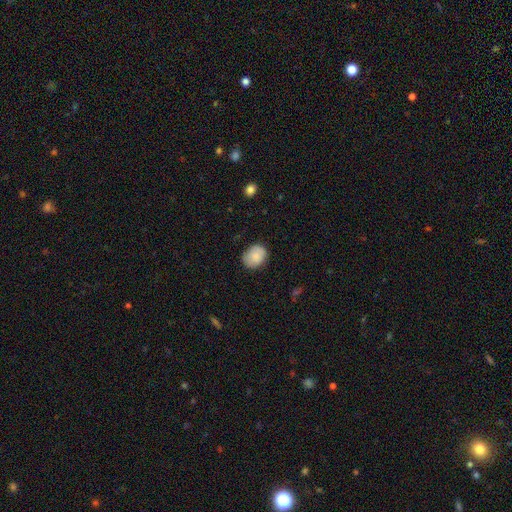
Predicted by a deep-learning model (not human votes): This is clearly a smooth galaxy (84%). How rounded: possibly in between (52%). Merging: likely none (80%).